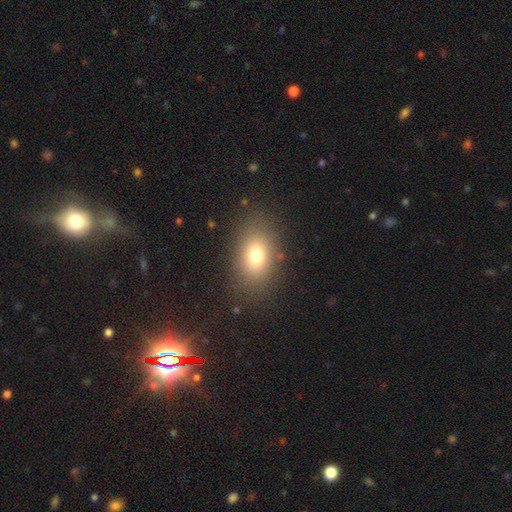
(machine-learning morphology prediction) smooth_or_featured: smooth (p=0.75) [alt: star or artifact p=0.13]
how_rounded: in between (p=0.78) [alt: round p=0.21]
merging: none (p=0.84) [alt: minor disturbance p=0.10]